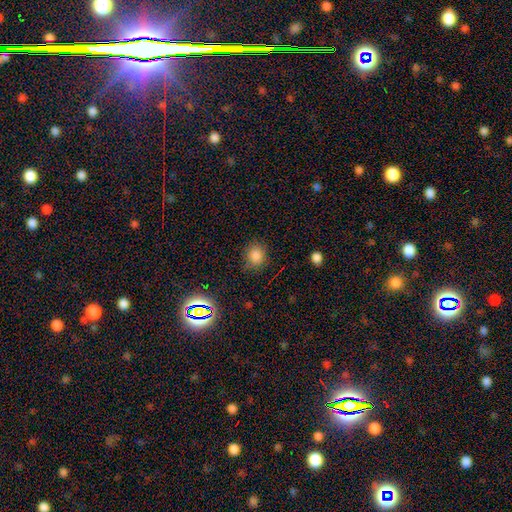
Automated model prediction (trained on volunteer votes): This appears to be a smooth galaxy with no disk features (81%) that is round (71%). Merging: none (82%).